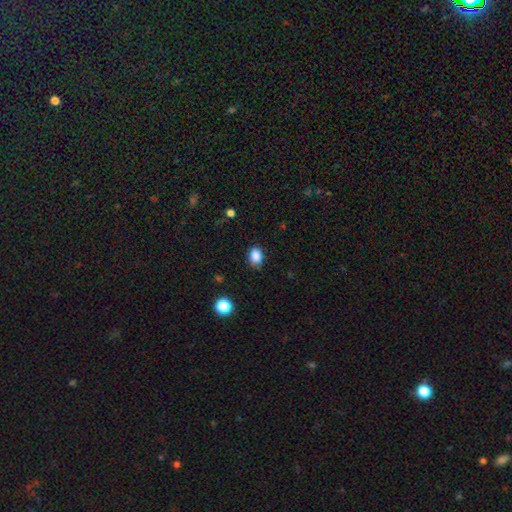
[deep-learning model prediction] Q: Smooth or featured?
A: smooth (86%); runner-up: star or artifact (10%)
Q: How rounded?
A: in between (67%); runner-up: round (32%)
Q: Merging?
A: none (76%); runner-up: minor disturbance (19%)